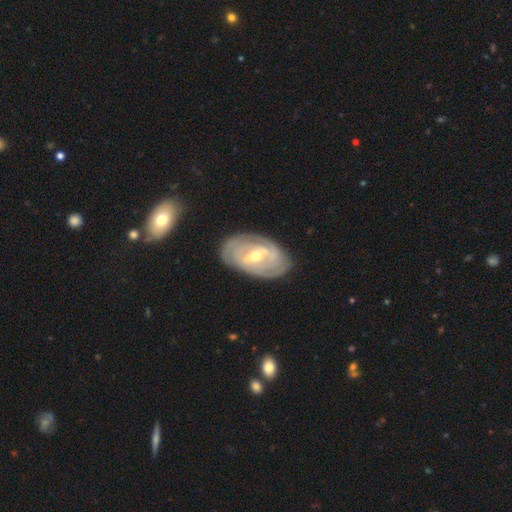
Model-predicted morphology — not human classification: smooth_or_featured: featured or disk (p=0.82) [alt: smooth p=0.13]
disk_edge_on: no (p=0.94) [alt: yes p=0.06]
bar: weak (p=0.47) [alt: strong p=0.37]
has_spiral_arms: yes (p=0.88) [alt: no p=0.12]
spiral_winding: tight (p=0.71) [alt: medium p=0.22]
spiral_arm_count: can't tell (p=0.39) [alt: 2 p=0.31]
bulge_size: moderate (p=0.63) [alt: small p=0.33]
merging: none (p=0.79) [alt: minor disturbance p=0.15]